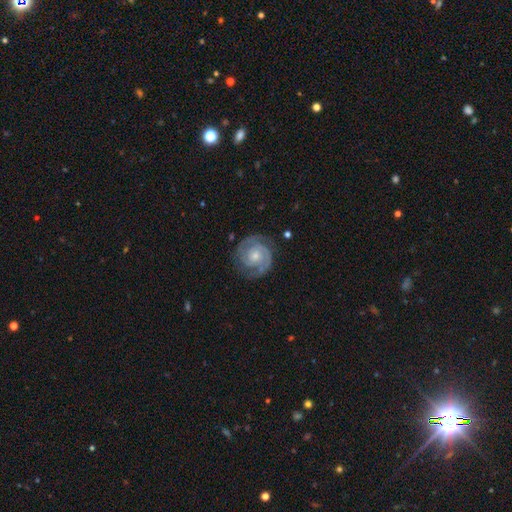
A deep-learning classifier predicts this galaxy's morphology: Smooth or featured? Predicted: featured or disk (p=0.88). Edge-on disk? Predicted: no (p=0.98). Bar? Predicted: no (p=0.67). Spiral arms? Predicted: yes (p=0.97). Spiral winding? Predicted: tight (p=0.66). Spiral arm count? Predicted: 2 (p=0.82). Bulge size? Predicted: small (p=0.63). Merging? Predicted: none (p=0.80).